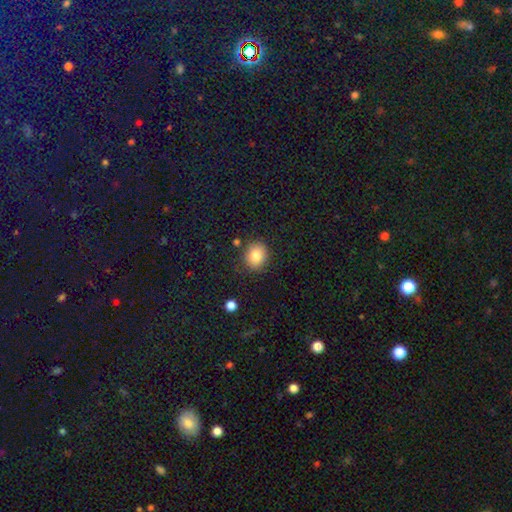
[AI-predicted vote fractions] Smooth or featured? smooth (83%)
How rounded? round (68%)
Merging? none (83%)